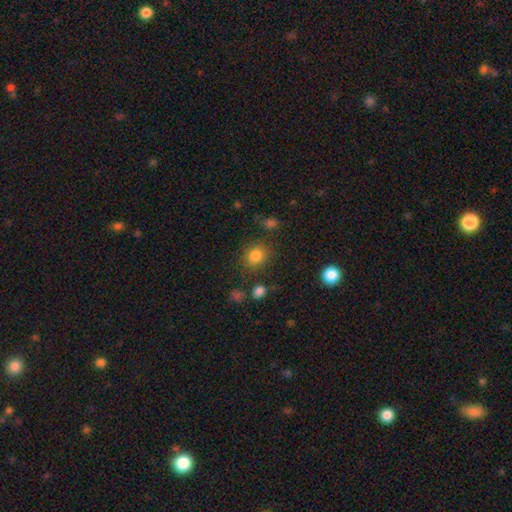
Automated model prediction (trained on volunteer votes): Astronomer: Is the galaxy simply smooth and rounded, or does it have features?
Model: smooth — 82%.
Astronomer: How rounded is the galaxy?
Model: round — 73%.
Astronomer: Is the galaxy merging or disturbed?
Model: none — 81%.